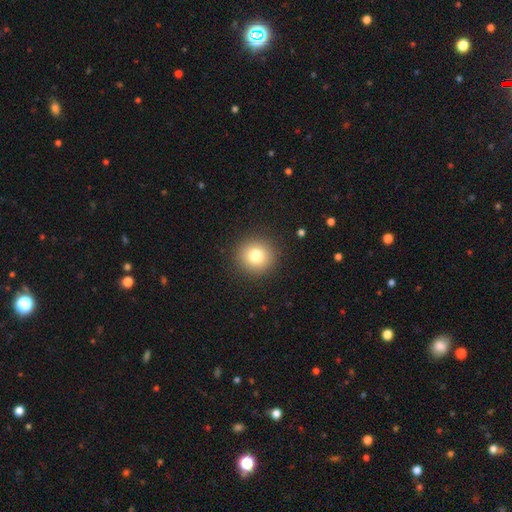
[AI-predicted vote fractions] A smooth galaxy with no disk features (80%) that is round (93%). Merging: none (91%).